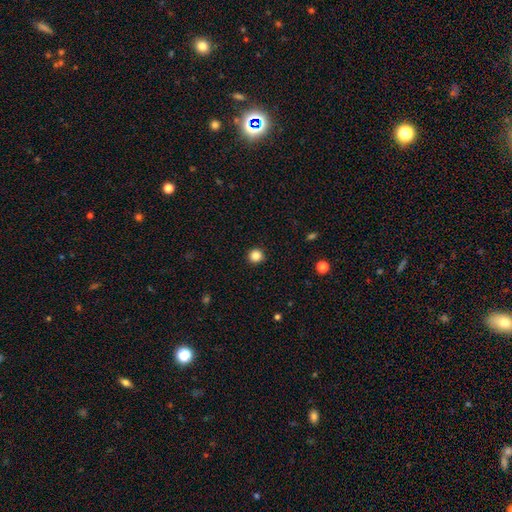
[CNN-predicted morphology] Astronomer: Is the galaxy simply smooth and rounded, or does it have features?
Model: smooth — 85%.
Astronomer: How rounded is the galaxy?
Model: round — 95%.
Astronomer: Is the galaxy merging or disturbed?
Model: none — 92%.